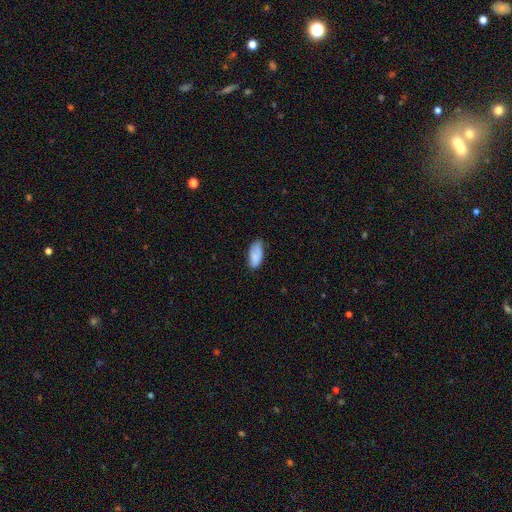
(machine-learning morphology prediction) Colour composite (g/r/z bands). It shows a smooth galaxy with no disk features (82%) that is in between round and cigar-shaped (92%). Merging: none (68%).